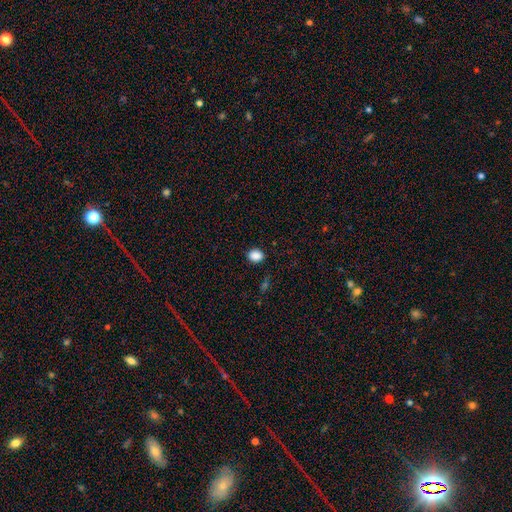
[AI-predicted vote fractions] A smooth galaxy with no disk features (87%) that is round (55%).

Vote fractions:
- Smooth or featured? smooth: 87% / star or artifact: 10% / featured or disk: 3%
- How rounded? round: 55% / in between: 44% / cigar-shaped: 1%
- Merging? none: 87% / minor disturbance: 9% / major disturbance: 2% / merger: 1%